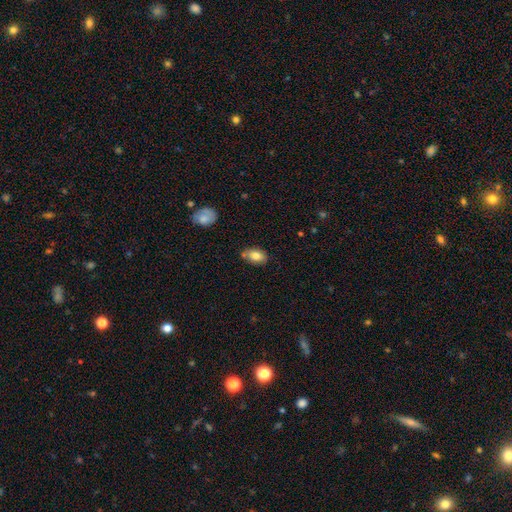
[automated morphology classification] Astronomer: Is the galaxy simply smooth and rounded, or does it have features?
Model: smooth — 81%.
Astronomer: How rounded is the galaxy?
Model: in between — 90%.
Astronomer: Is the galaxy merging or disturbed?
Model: none — 70%.